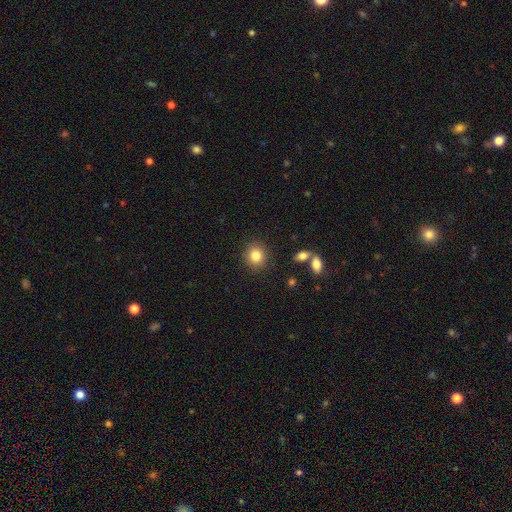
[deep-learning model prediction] This appears to be a smooth galaxy with no disk features (84%) that is round (83%). Merging: none (88%).